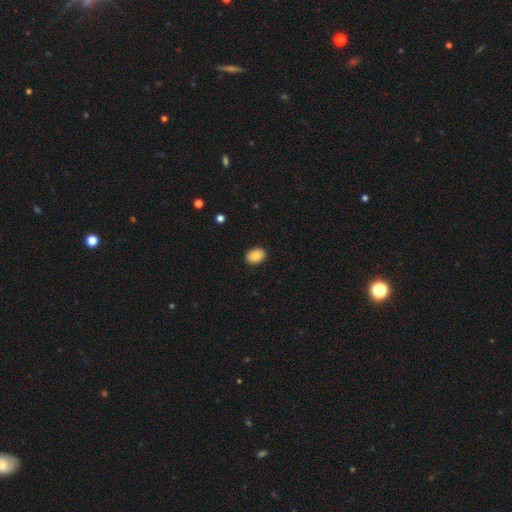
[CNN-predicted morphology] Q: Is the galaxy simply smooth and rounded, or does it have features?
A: smooth — 85%.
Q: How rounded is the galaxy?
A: in between — 76%.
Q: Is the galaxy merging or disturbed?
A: none — 90%.